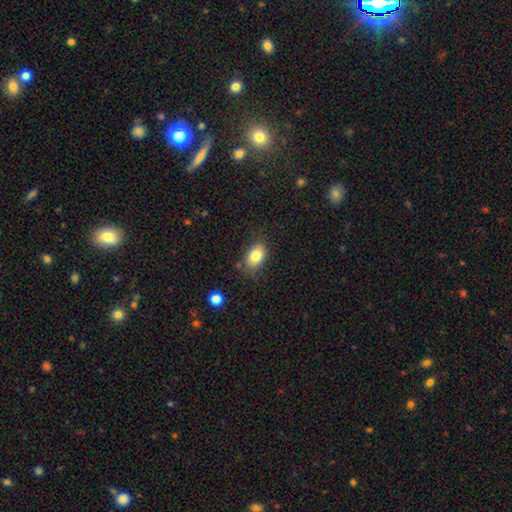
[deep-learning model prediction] Smooth or featured?
  - smooth: 82% *
  - featured or disk: 9%
  - star or artifact: 8%
How rounded?
  - in between: 85% *
  - round: 14%
  - cigar-shaped: 1%
Merging?
  - none: 77% *
  - minor disturbance: 16%
  - major disturbance: 4%
  - merger: 3%